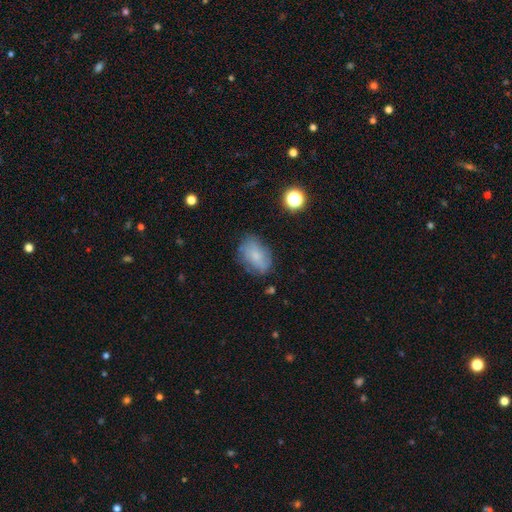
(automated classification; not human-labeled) Q: Smooth or featured?
A: smooth (65%); runner-up: featured or disk (26%)
Q: How rounded?
A: in between (85%); runner-up: round (13%)
Q: Merging?
A: none (68%); runner-up: minor disturbance (23%)